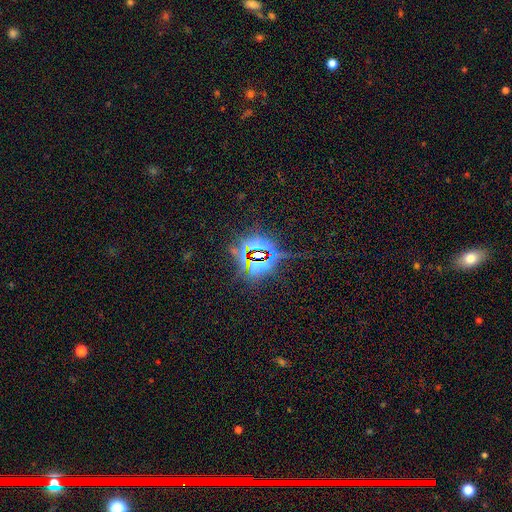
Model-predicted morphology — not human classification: type=star or artifact (82%).